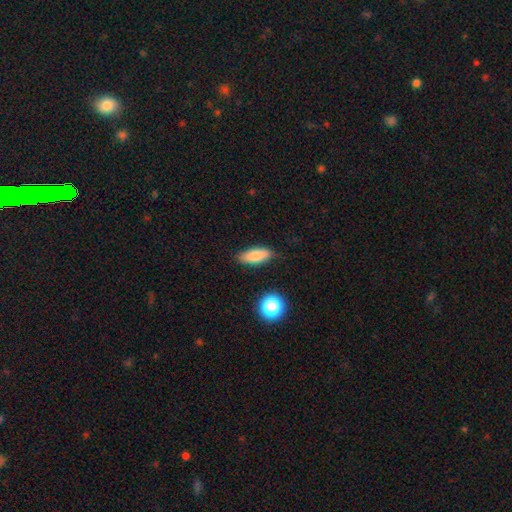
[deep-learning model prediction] A smooth galaxy with no disk features (84%) that is in between round and cigar-shaped (72%).

Vote fractions:
- Smooth or featured? smooth: 84% / featured or disk: 9% / star or artifact: 8%
- How rounded? in between: 72% / cigar-shaped: 25% / round: 3%
- Merging? none: 83% / minor disturbance: 13% / major disturbance: 3% / merger: 2%